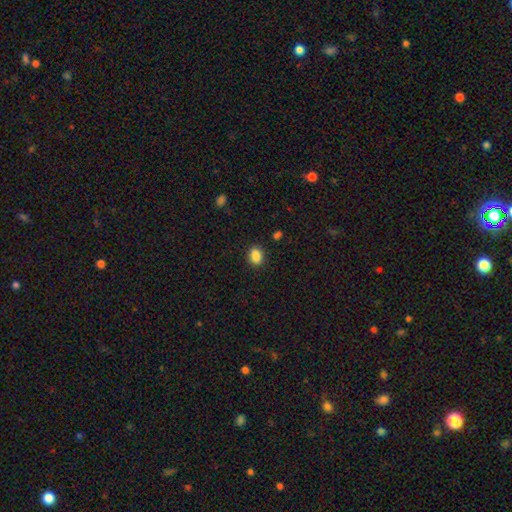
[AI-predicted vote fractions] A smooth galaxy with no disk features (87%) that is in between round and cigar-shaped (65%).

Vote fractions:
- Smooth or featured? smooth: 87% / star or artifact: 9% / featured or disk: 4%
- How rounded? in between: 65% / round: 33% / cigar-shaped: 1%
- Merging? none: 88% / minor disturbance: 8% / major disturbance: 2% / merger: 1%